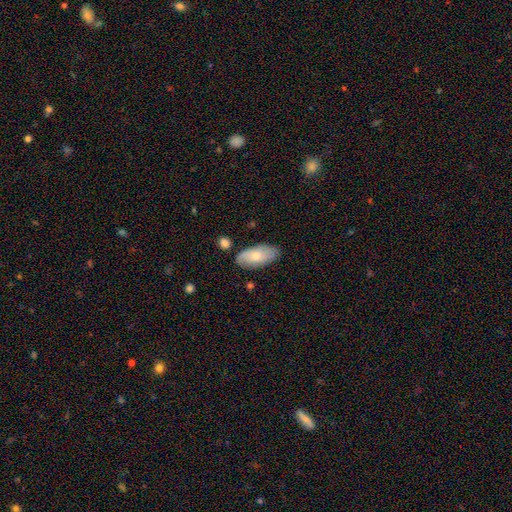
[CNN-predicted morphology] Q: Smooth or featured?
A: smooth (68%); runner-up: featured or disk (26%)
Q: How rounded?
A: in between (93%); runner-up: cigar-shaped (5%)
Q: Merging?
A: none (75%); runner-up: minor disturbance (18%)